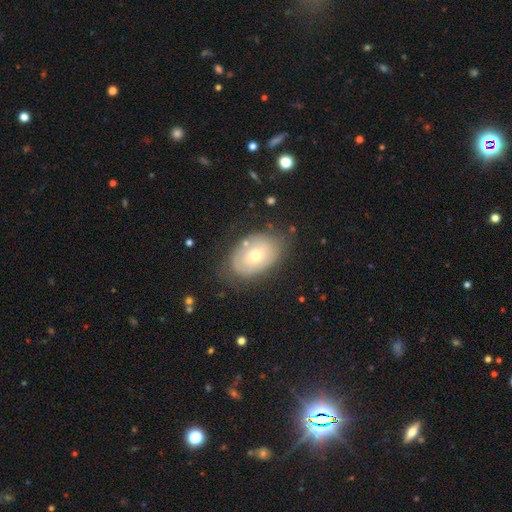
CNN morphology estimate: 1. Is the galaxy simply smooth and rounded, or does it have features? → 50% smooth, 43% featured or disk, 8% star or artifact.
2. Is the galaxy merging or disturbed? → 72% none, 19% minor disturbance, 6% major disturbance, 3% merger.